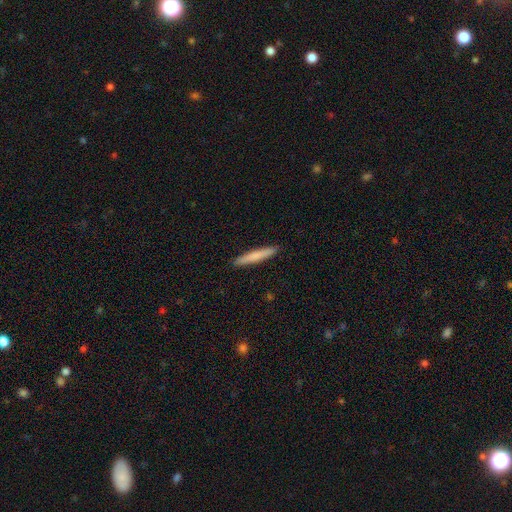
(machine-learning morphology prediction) Smooth or featured? Predicted: smooth (p=0.74). How rounded? Predicted: cigar-shaped (p=0.95). Merging? Predicted: none (p=0.92).